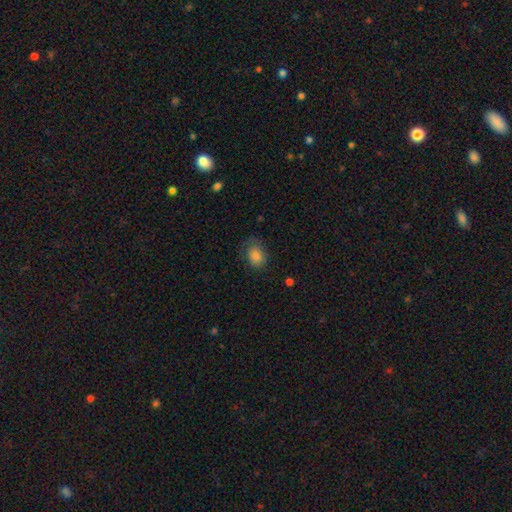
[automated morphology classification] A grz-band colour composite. It shows a smooth galaxy with no disk features (80%) that is in between round and cigar-shaped (71%). Merging: none (63%).